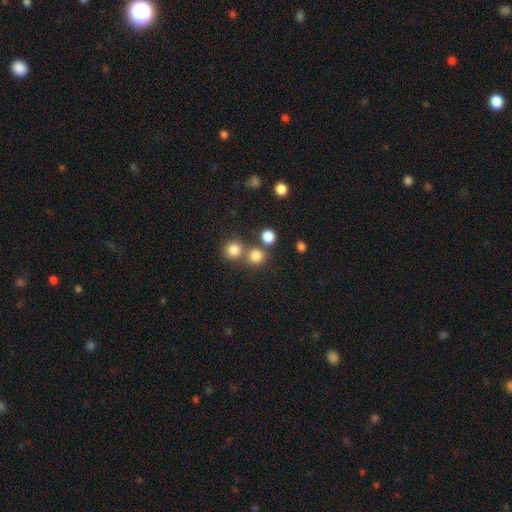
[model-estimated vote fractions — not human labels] This appears to be a smooth galaxy with no disk features (79%) that is round (87%). Merging: none (63%).